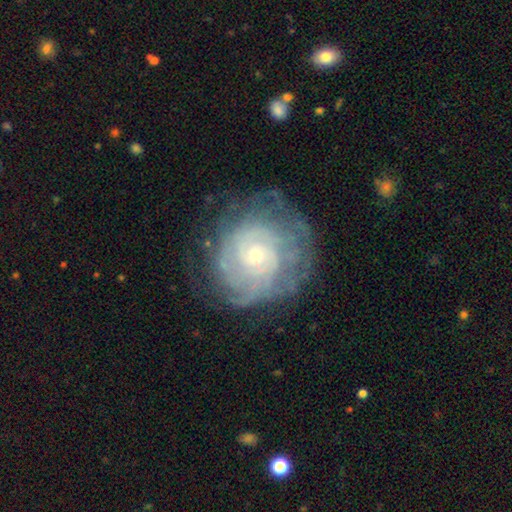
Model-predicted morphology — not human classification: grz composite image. It shows a featured or disk galaxy (81%) with no bar (77%), tight (76%) spiral arms (91%) and a small central bulge (74%). Merging: none (69%).